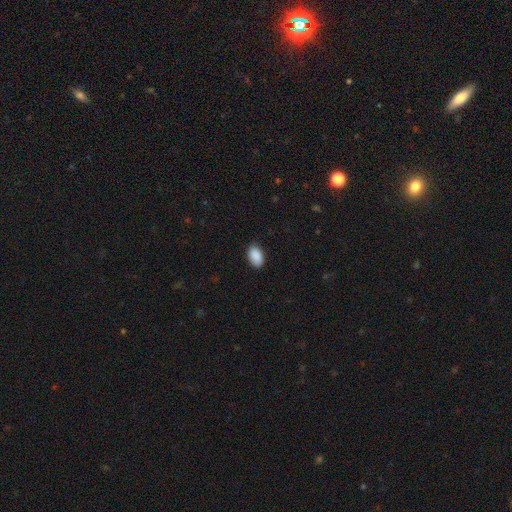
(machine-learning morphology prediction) Smooth or featured?
  - smooth: 90% *
  - star or artifact: 7%
  - featured or disk: 3%
How rounded?
  - in between: 93% *
  - round: 6%
  - cigar-shaped: 1%
Merging?
  - none: 86% *
  - minor disturbance: 11%
  - major disturbance: 2%
  - merger: 1%